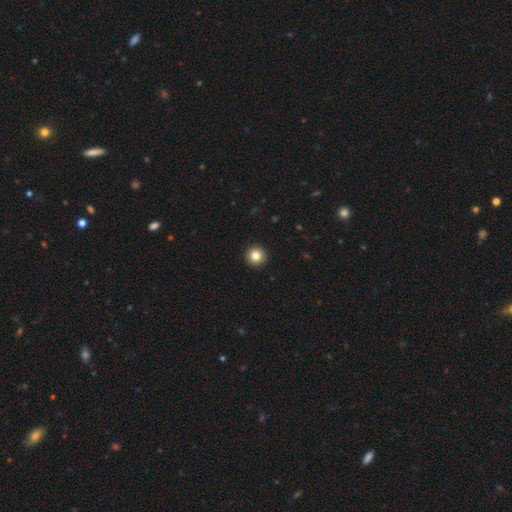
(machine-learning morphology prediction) Q: Smooth or featured?
A: smooth (83%); runner-up: star or artifact (10%)
Q: How rounded?
A: round (96%); runner-up: in between (3%)
Q: Merging?
A: none (94%); runner-up: minor disturbance (4%)